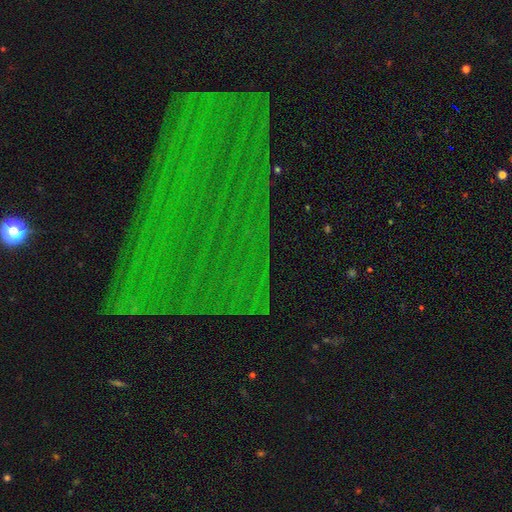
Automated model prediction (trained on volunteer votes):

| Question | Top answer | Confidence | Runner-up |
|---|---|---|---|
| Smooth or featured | star or artifact | 81% | featured or disk (10%) |